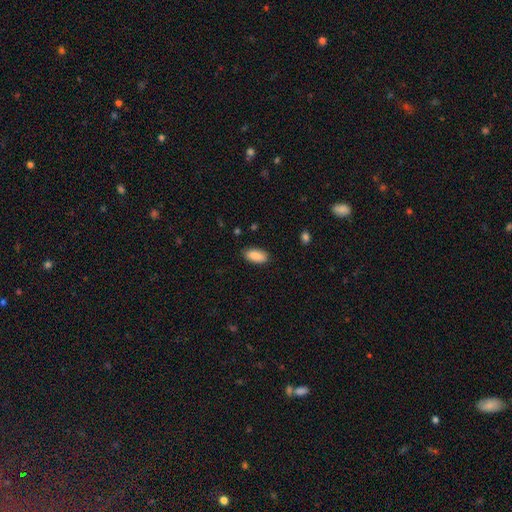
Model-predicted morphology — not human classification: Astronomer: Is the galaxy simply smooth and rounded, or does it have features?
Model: smooth — 89%.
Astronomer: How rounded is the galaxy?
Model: in between — 91%.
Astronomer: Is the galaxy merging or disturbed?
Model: none — 86%.